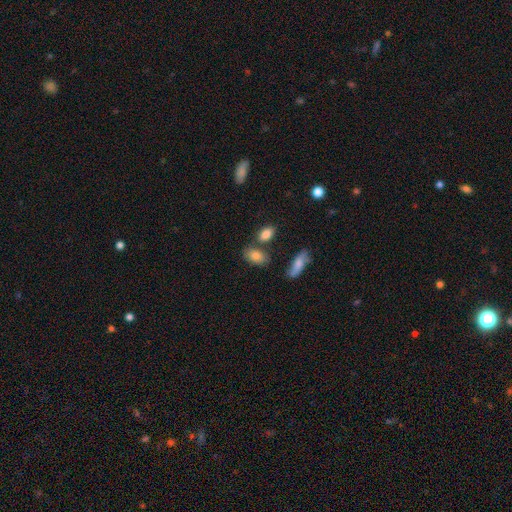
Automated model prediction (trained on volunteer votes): Overall: smooth (82%). How rounded: in between (88%). Merging: none (65%).